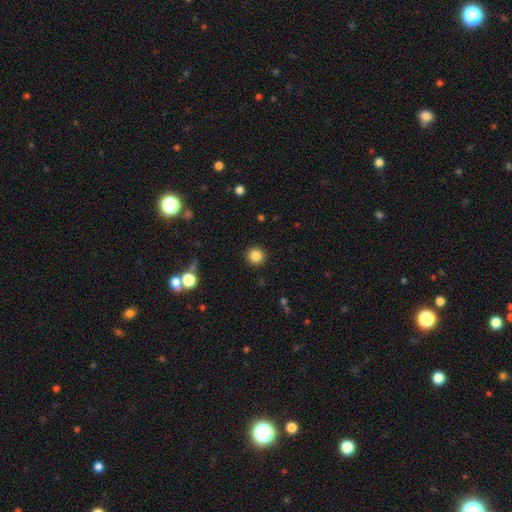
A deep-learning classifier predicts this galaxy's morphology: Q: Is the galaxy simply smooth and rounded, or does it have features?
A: smooth — 84%.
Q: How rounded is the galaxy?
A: round — 94%.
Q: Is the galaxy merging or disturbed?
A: none — 92%.